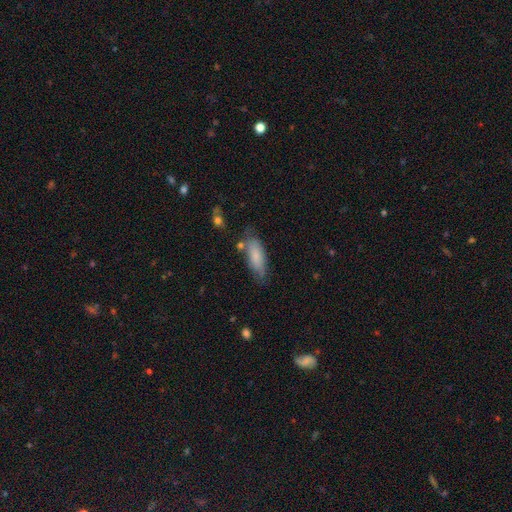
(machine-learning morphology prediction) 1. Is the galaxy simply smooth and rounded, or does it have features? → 79% smooth, 14% featured or disk, 6% star or artifact.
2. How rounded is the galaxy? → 69% in between, 29% cigar-shaped, 2% round.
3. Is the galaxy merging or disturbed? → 65% none, 23% minor disturbance, 6% major disturbance, 6% merger.